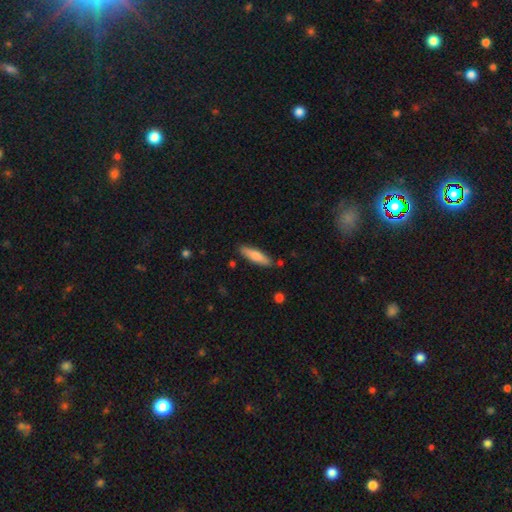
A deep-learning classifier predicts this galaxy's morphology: smooth 76%, featured or disk 18%, star or artifact 6%. Down the decision tree: how rounded — cigar-shaped (69%); merging — none (85%).